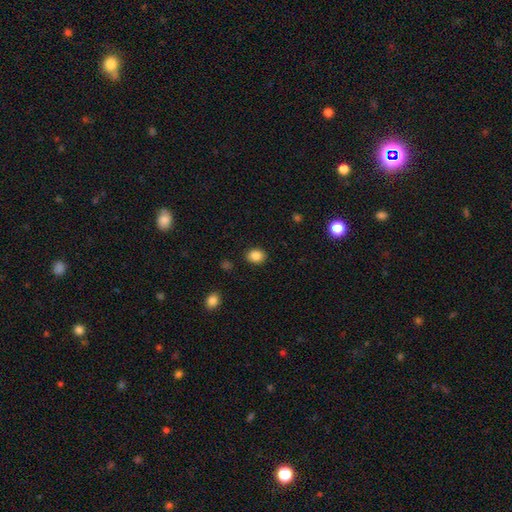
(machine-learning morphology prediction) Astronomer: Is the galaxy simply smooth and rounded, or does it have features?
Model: smooth — 85%.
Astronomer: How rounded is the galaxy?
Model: round — 52% (runner-up: in between, 47%).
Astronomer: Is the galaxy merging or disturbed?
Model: none — 89%.